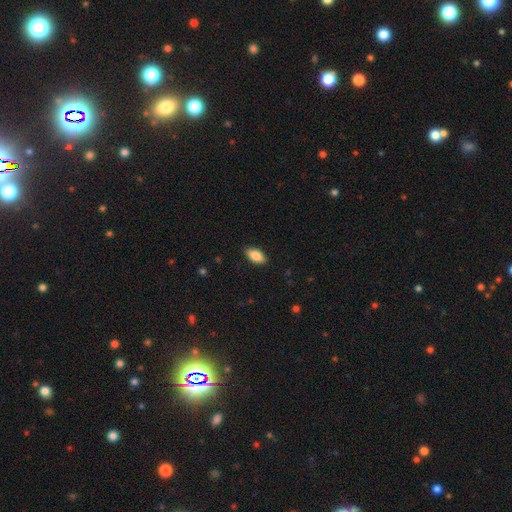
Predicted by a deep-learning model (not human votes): This is clearly a smooth galaxy (87%). How rounded: clearly in between (92%). Merging: clearly none (88%).